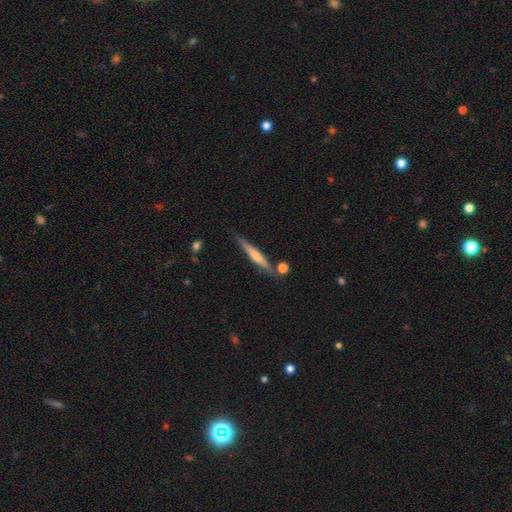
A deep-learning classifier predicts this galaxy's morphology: smooth_or_featured: featured or disk (p=0.55) [alt: smooth p=0.39]
disk_edge_on: yes (p=0.96) [alt: no p=0.04]
edge_on_bulge: rounded (p=0.51) [alt: none p=0.36]
merging: none (p=0.80) [alt: minor disturbance p=0.12]